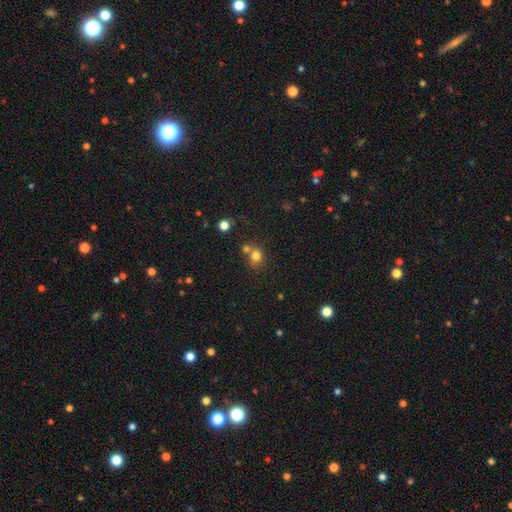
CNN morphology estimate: This appears to be a smooth galaxy with no disk features (77%) that is round (77%). Merging: none (49%).